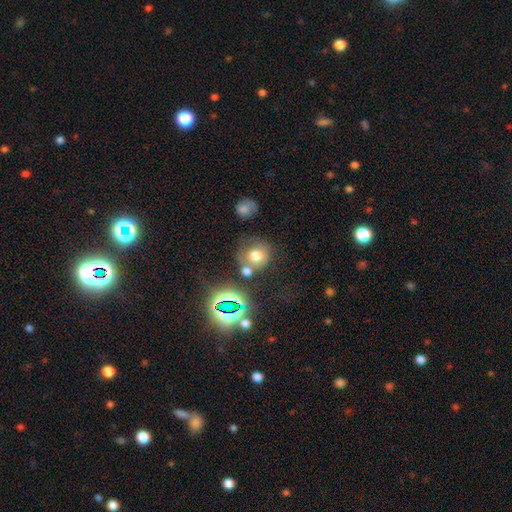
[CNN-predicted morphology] Overall: smooth (65%). How rounded: round (82%). Merging: none (51%; merger 23%).